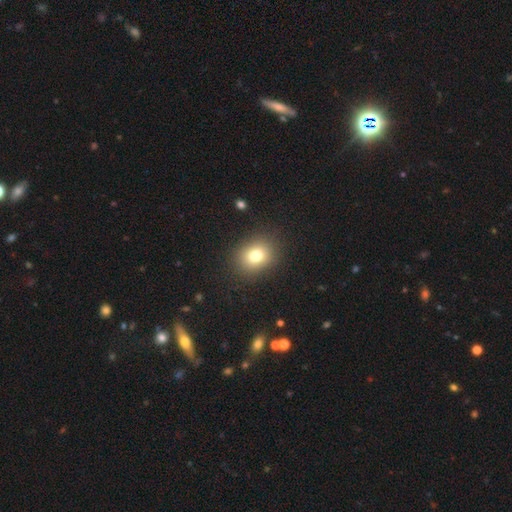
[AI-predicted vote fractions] Overall: smooth (78%). How rounded: round (55%; in between 44%). Merging: none (87%).